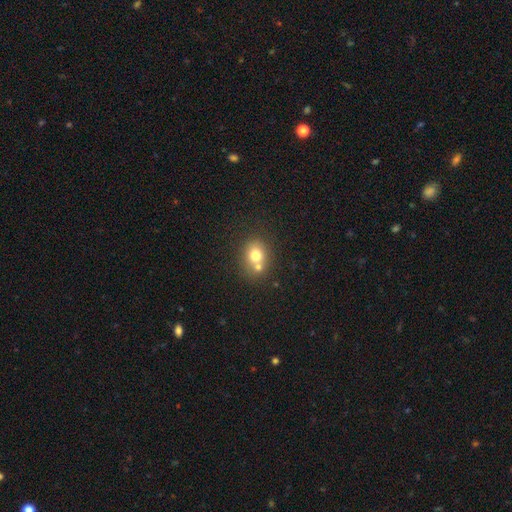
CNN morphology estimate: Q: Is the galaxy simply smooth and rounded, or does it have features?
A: smooth — 72%.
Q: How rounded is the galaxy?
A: round — 63%.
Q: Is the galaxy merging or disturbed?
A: none — 47%.